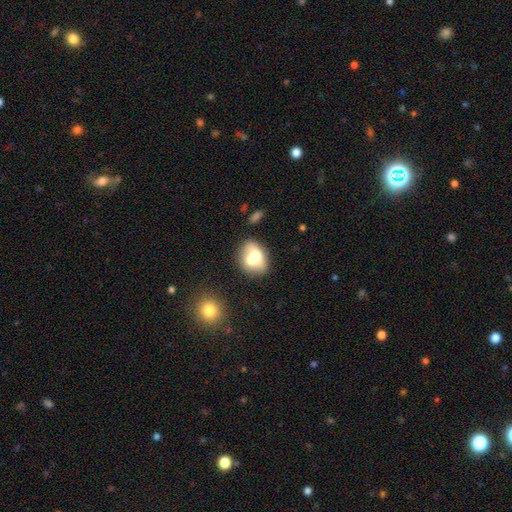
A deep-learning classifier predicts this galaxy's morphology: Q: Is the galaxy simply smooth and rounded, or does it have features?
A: smooth — 63%.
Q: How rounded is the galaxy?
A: in between — 57%.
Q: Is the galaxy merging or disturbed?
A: merger — 51%.